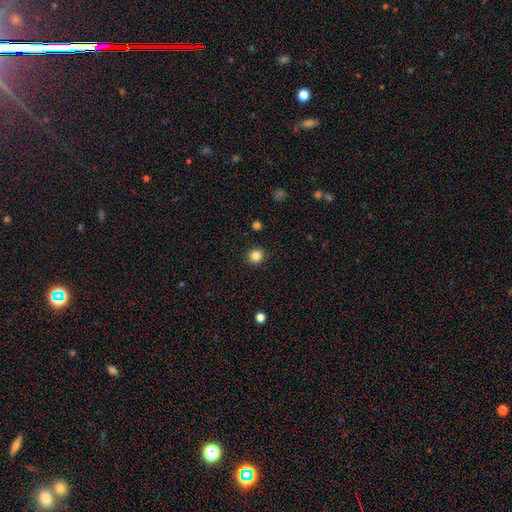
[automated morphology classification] Q: Smooth or featured?
A: smooth (85%); runner-up: star or artifact (11%)
Q: How rounded?
A: round (93%); runner-up: in between (6%)
Q: Merging?
A: none (92%); runner-up: minor disturbance (5%)